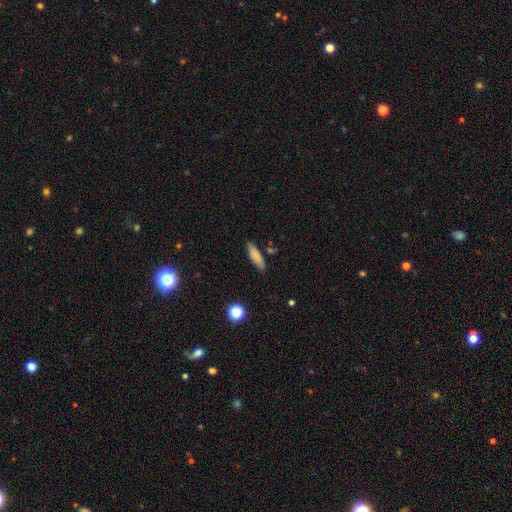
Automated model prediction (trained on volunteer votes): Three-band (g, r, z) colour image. It shows a smooth galaxy with no disk features (82%) that is cigar-shaped (65%). Merging: none (84%).